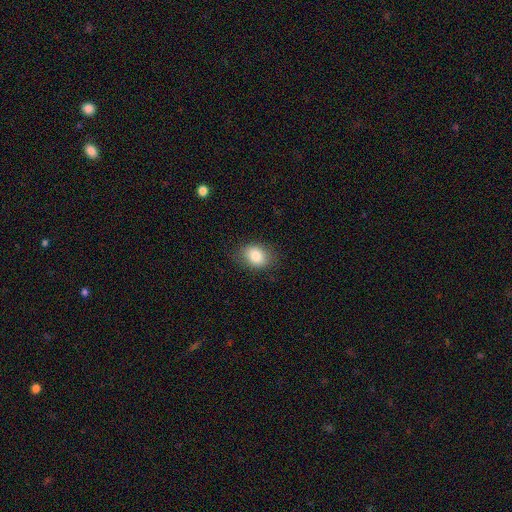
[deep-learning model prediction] smooth-or-featured: smooth: 83% | star or artifact: 8% | featured or disk: 8%
  how-rounded: in between: 67% | round: 32% | cigar-shaped: 1%
  merging: none: 81% | minor disturbance: 14% | major disturbance: 4% | merger: 1%